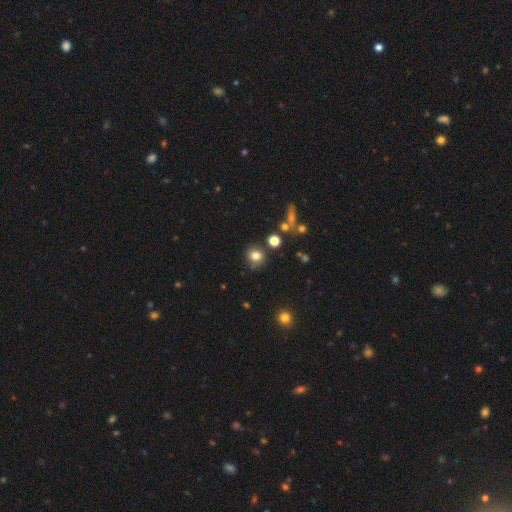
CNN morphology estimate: This is likely a smooth galaxy (79%). How rounded: clearly round (86%). Merging: clearly none (80%).